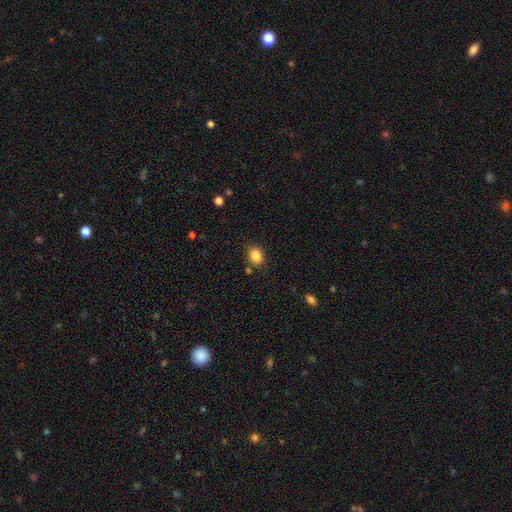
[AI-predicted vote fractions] Q: Smooth or featured?
A: smooth (85%); runner-up: star or artifact (10%)
Q: How rounded?
A: in between (50%); runner-up: round (49%)
Q: Merging?
A: none (83%); runner-up: minor disturbance (11%)